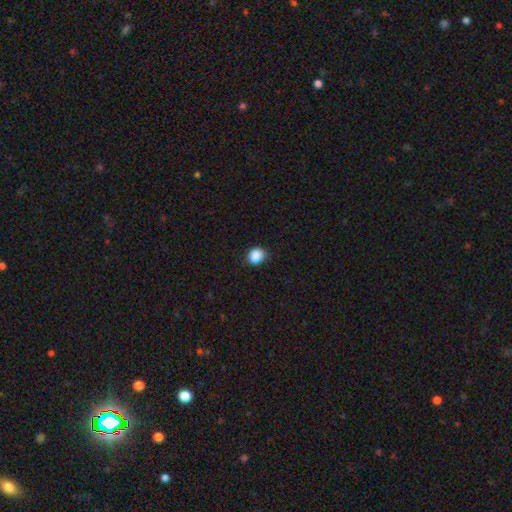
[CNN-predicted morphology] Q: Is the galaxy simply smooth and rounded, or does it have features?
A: smooth — 88%.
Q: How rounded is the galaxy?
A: round — 73%.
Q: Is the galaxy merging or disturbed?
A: none — 84%.